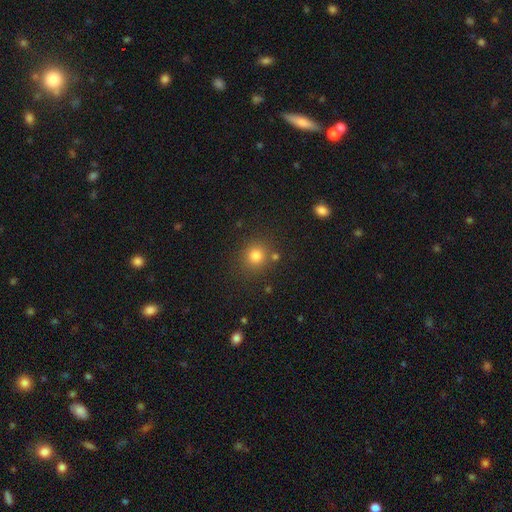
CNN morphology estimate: Q: Smooth or featured?
A: smooth (79%); runner-up: star or artifact (15%)
Q: How rounded?
A: round (87%); runner-up: in between (12%)
Q: Merging?
A: none (80%); runner-up: minor disturbance (9%)